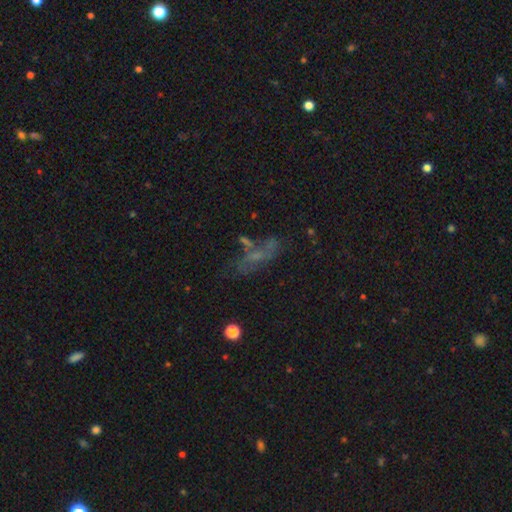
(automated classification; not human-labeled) smooth-or-featured: featured or disk: 42% | smooth: 35% | star or artifact: 23%
  merging: none: 43% | major disturbance: 22% | minor disturbance: 20% | merger: 15%